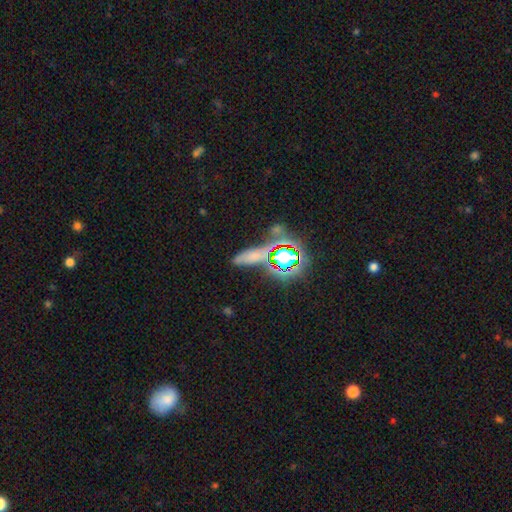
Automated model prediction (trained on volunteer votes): Morphology: type=star or artifact (52%).